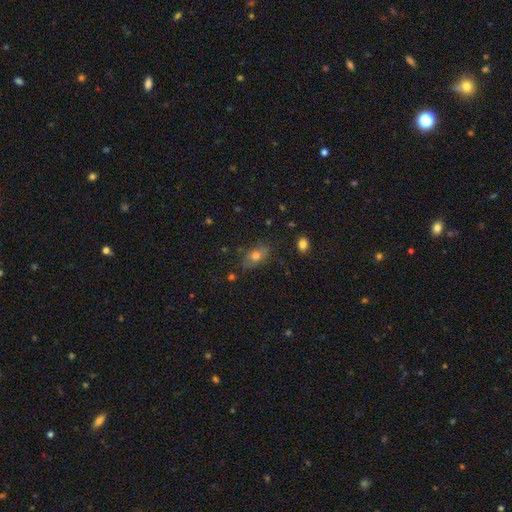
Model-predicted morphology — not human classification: smooth 71%, featured or disk 17%, star or artifact 13%. Down the decision tree: how rounded — in between (77%); merging — none (72%).